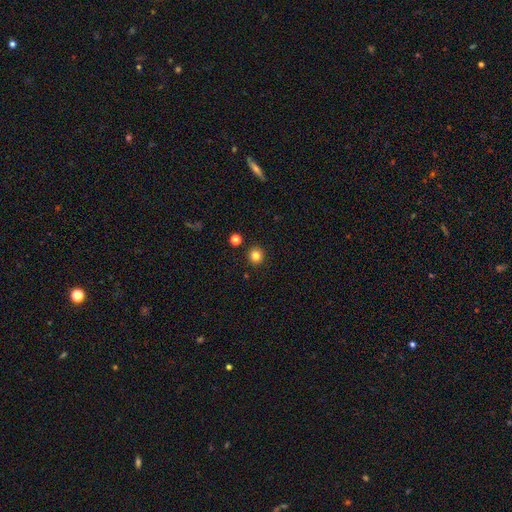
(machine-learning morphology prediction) Overall: smooth (82%). How rounded: round (93%). Merging: none (91%).